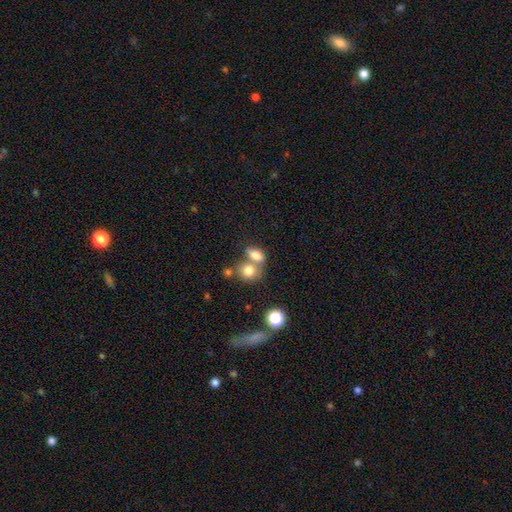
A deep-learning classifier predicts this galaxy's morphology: Smooth or featured? Predicted: smooth (p=0.78). How rounded? Predicted: in between (p=0.72). Merging? Predicted: merger (p=0.47).